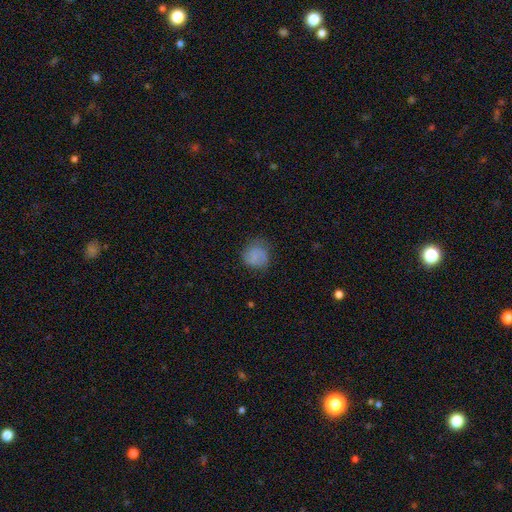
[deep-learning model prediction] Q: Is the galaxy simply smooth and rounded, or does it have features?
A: smooth — 72%.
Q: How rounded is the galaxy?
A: round — 81%.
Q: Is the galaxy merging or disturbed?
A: none — 67%.